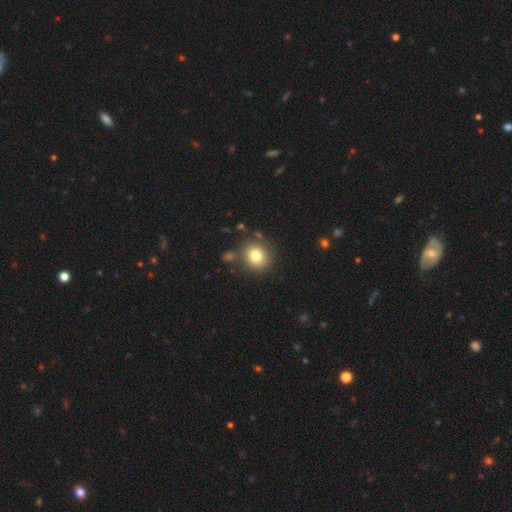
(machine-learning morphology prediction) A smooth galaxy with no disk features (80%) that is round (82%). Merging: none (80%).